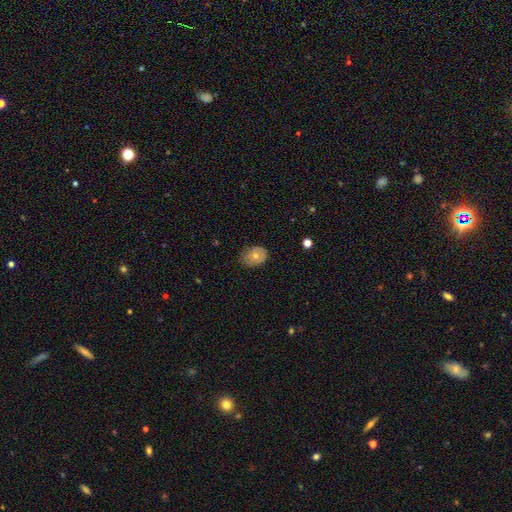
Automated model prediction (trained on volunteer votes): A smooth galaxy with no disk features (67%) that is in between round and cigar-shaped (62%).

Vote fractions:
- Smooth or featured? smooth: 67% / featured or disk: 25% / star or artifact: 8%
- How rounded? in between: 62% / round: 37% / cigar-shaped: 1%
- Merging? none: 70% / minor disturbance: 25% / major disturbance: 5% / merger: 1%